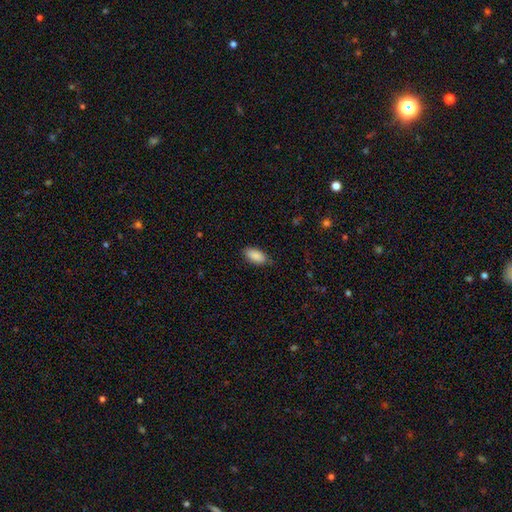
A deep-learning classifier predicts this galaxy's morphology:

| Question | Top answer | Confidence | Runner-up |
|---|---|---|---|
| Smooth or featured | smooth | 89% | star or artifact (6%) |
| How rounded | in between | 92% | cigar-shaped (6%) |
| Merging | none | 79% | minor disturbance (16%) |